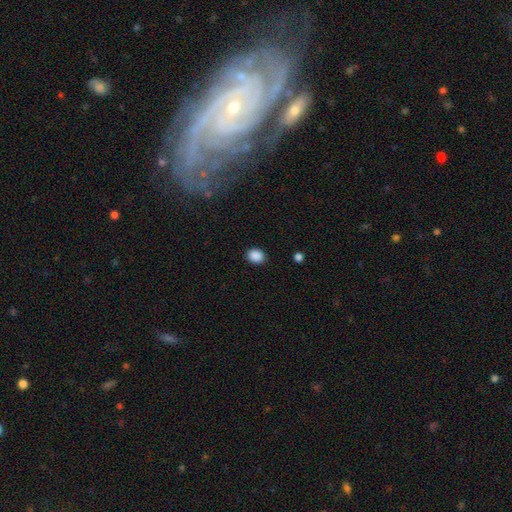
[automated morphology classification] smooth_or_featured: smooth (p=0.89) [alt: star or artifact p=0.09]
how_rounded: round (p=0.52) [alt: in between p=0.47]
merging: none (p=0.89) [alt: minor disturbance p=0.08]